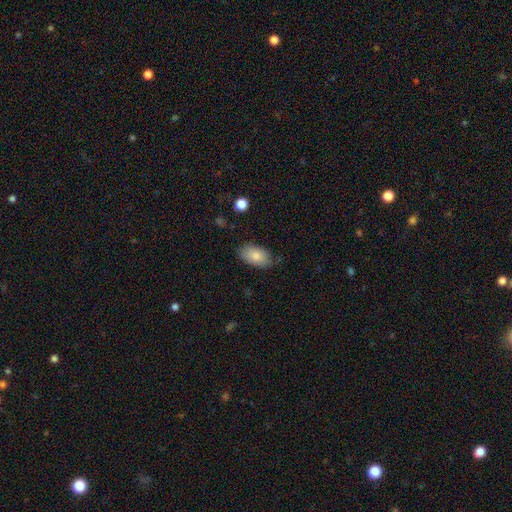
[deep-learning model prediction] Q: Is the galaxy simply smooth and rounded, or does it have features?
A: smooth — 83%.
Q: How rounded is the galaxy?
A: in between — 94%.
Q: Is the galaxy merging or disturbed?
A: none — 77%.